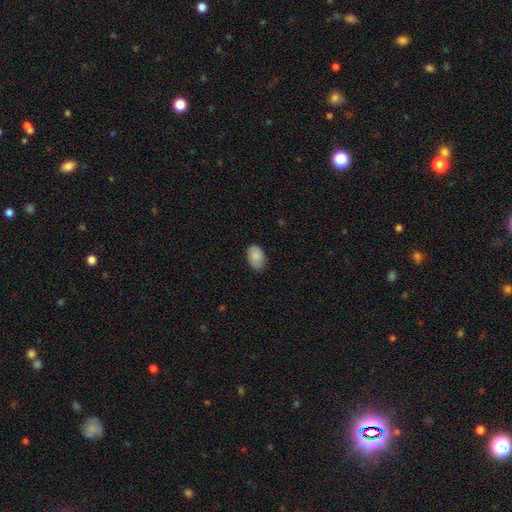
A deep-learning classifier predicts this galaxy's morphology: Q: Smooth or featured?
A: smooth (87%); runner-up: star or artifact (7%)
Q: How rounded?
A: in between (89%); runner-up: round (10%)
Q: Merging?
A: none (82%); runner-up: minor disturbance (15%)